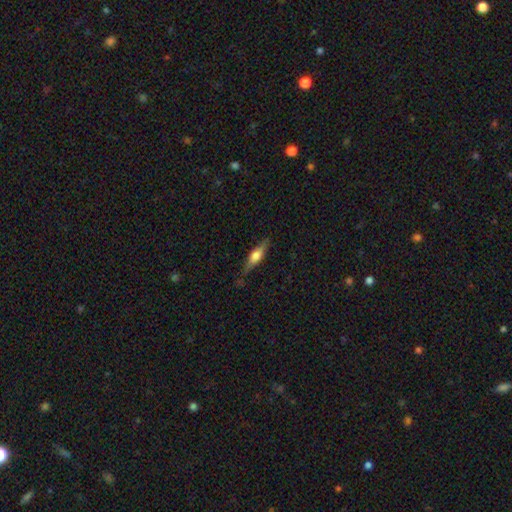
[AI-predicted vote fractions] smooth 49%, featured or disk 45%, star or artifact 6%. Down the decision tree: merging — none (78%).